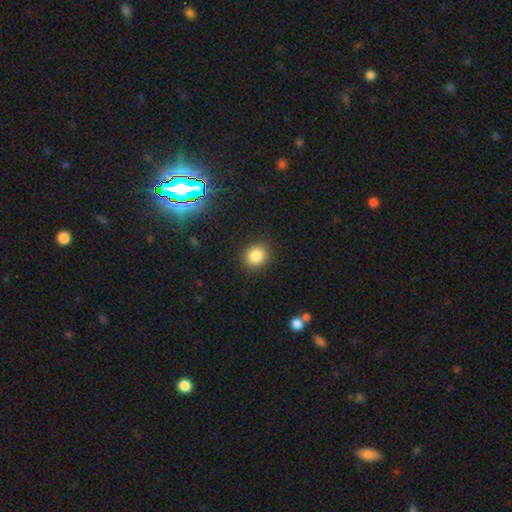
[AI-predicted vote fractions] smooth_or_featured: smooth (p=0.84) [alt: star or artifact p=0.11]
how_rounded: round (p=0.78) [alt: in between p=0.21]
merging: none (p=0.89) [alt: minor disturbance p=0.07]